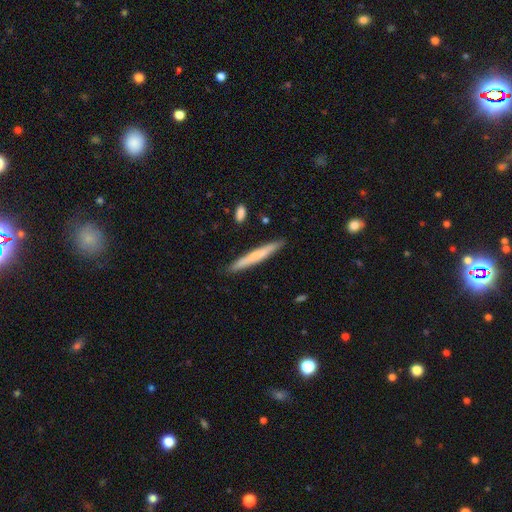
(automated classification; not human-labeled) A smooth galaxy with no disk features (63%) that is cigar-shaped (96%). Merging: none (90%).